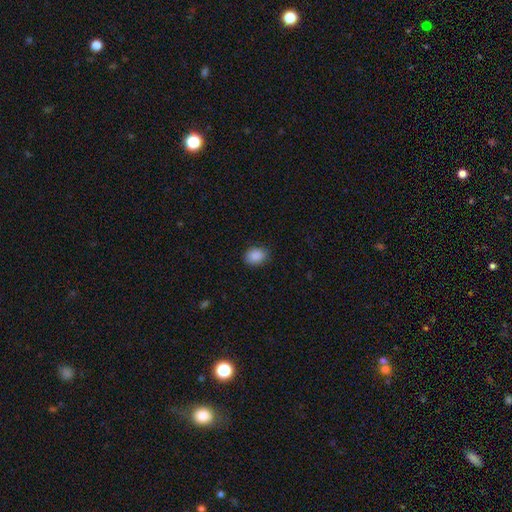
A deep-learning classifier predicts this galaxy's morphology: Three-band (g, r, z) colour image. It shows a smooth galaxy with no disk features (89%) that is in between round and cigar-shaped (70%). Merging: none (86%).